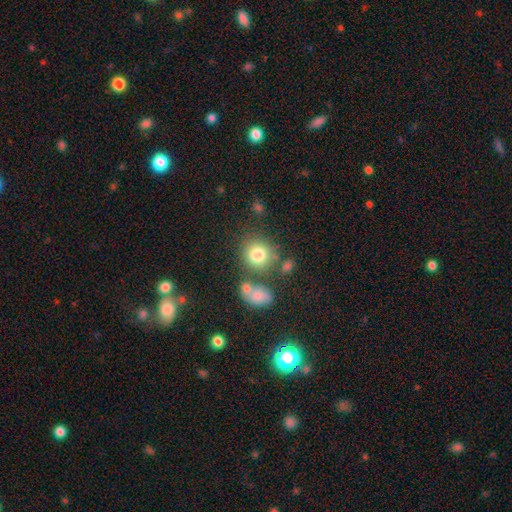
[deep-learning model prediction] A smooth galaxy with no disk features (79%) that is round (81%).

Vote fractions:
- Smooth or featured? smooth: 79% / star or artifact: 11% / featured or disk: 10%
- How rounded? round: 81% / in between: 18% / cigar-shaped: 1%
- Merging? none: 62% / merger: 18% / minor disturbance: 14% / major disturbance: 6%